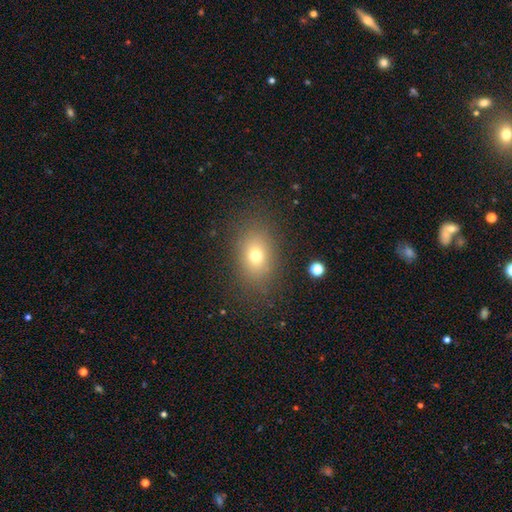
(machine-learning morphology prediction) Smooth or featured: smooth — 71% (star or artifact — 15%)
How rounded: in between — 73% (round — 26%)
Merging: none — 84% (minor disturbance — 10%)